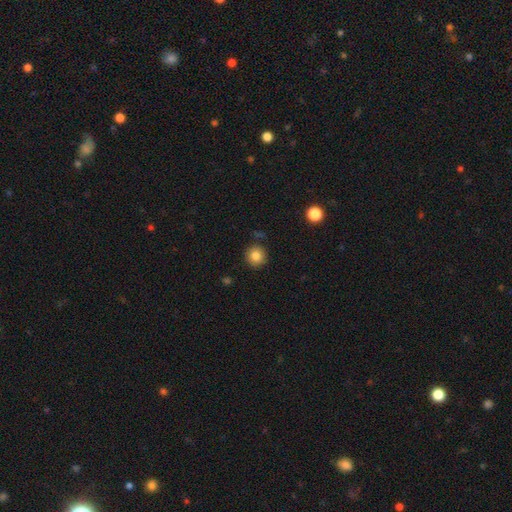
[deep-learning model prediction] Smooth or featured? smooth (84%)
How rounded? round (93%)
Merging? none (88%)